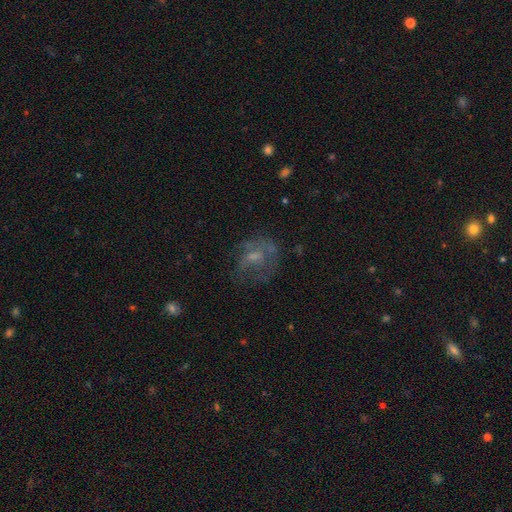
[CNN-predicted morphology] Overall: featured or disk (51%; smooth 34%). Edge-on disk: no (97%). Merging: none (52%; major disturbance 25%).